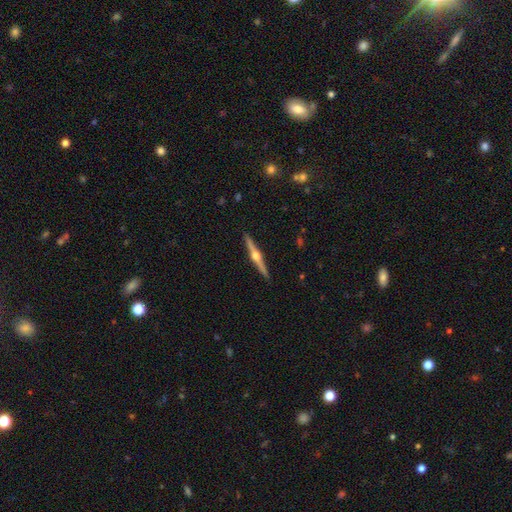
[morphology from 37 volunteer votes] A featured or disk galaxy (89%) viewed edge-on (94%) with a rounded central bulge (97%). Merging: none (91%).